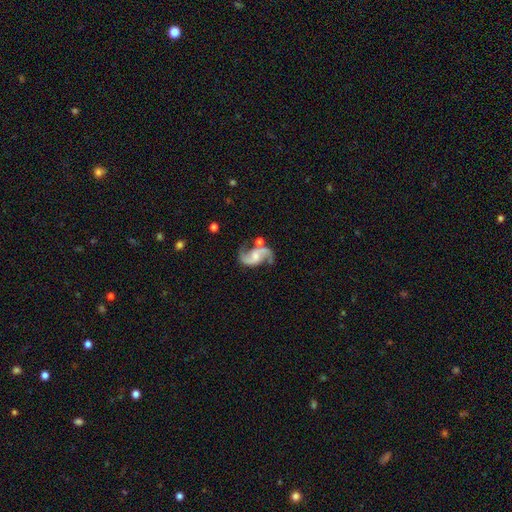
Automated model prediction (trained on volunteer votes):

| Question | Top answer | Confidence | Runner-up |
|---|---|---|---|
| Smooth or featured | featured or disk | 89% | smooth (6%) |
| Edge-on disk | no | 98% | yes (2%) |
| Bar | no | 44% | weak (42%) |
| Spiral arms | yes | 97% | no (3%) |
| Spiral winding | loose | 55% | medium (38%) |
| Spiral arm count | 2 | 94% | can't tell (2%) |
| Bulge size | moderate | 39% | small (37%) |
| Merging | none | 65% | minor disturbance (17%) |